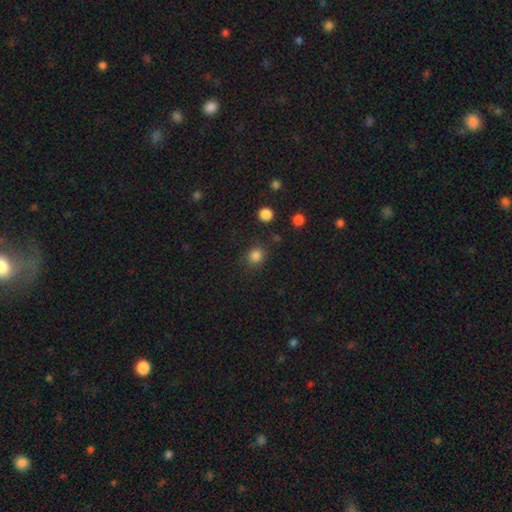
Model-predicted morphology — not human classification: smooth-or-featured: smooth: 83% | star or artifact: 13% | featured or disk: 4%
  how-rounded: round: 84% | in between: 15% | cigar-shaped: 1%
  merging: none: 83% | minor disturbance: 10% | major disturbance: 4% | merger: 3%